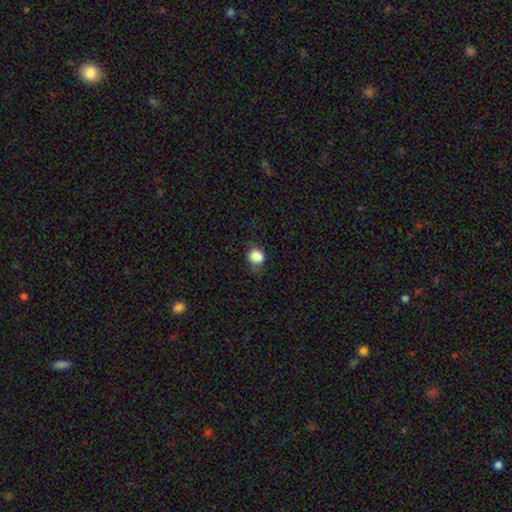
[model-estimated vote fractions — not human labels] Smooth or featured?
  - smooth: 85% *
  - star or artifact: 10%
  - featured or disk: 5%
How rounded?
  - round: 61% *
  - in between: 38%
  - cigar-shaped: 1%
Merging?
  - none: 58% *
  - minor disturbance: 30%
  - major disturbance: 10%
  - merger: 2%